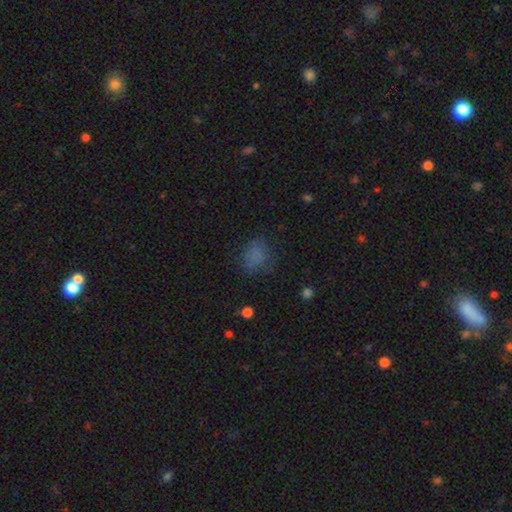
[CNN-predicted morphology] smooth_or_featured: smooth (p=0.73) [alt: star or artifact p=0.17]
how_rounded: round (p=0.62) [alt: in between p=0.37]
merging: none (p=0.68) [alt: minor disturbance p=0.20]